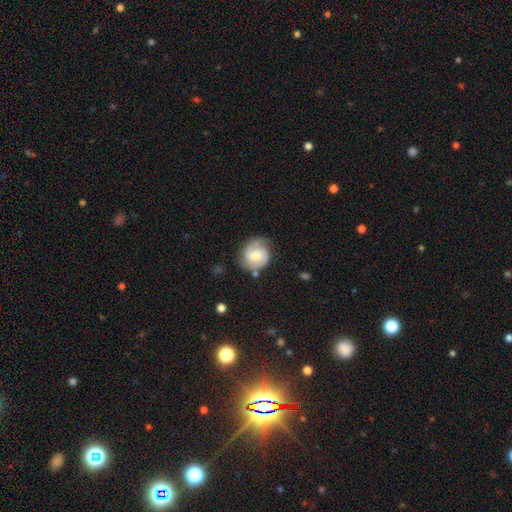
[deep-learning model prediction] A featured or disk galaxy (62%) with no bar (46%), 2 (71%) medium (42%) spiral arms (91%) and a moderate central bulge (57%). Merging: none (65%).